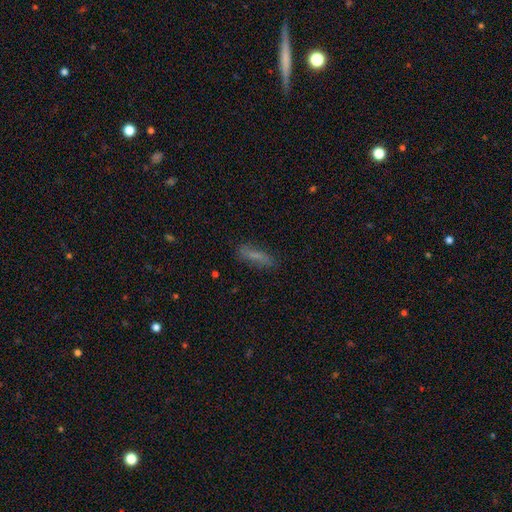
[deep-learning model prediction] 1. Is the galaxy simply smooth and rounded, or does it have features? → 65% smooth, 23% featured or disk, 12% star or artifact.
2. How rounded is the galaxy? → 59% cigar-shaped, 38% in between, 3% round.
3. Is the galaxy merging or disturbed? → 76% none, 17% minor disturbance, 5% major disturbance, 2% merger.